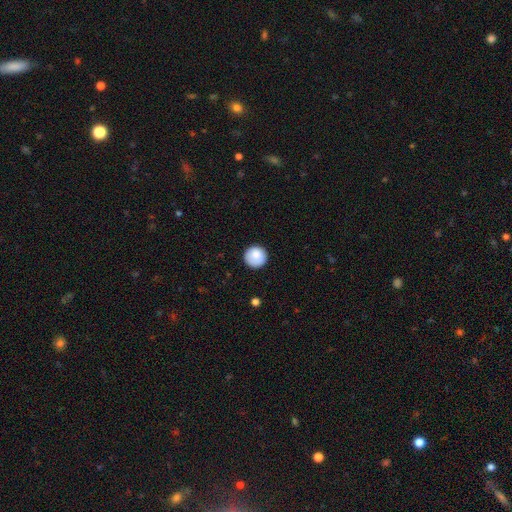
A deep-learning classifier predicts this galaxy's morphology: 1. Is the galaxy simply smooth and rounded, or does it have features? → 86% smooth, 8% star or artifact, 7% featured or disk.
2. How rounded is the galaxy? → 95% round, 4% in between, 1% cigar-shaped.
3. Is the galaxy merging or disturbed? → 87% none, 10% minor disturbance, 2% major disturbance, 1% merger.